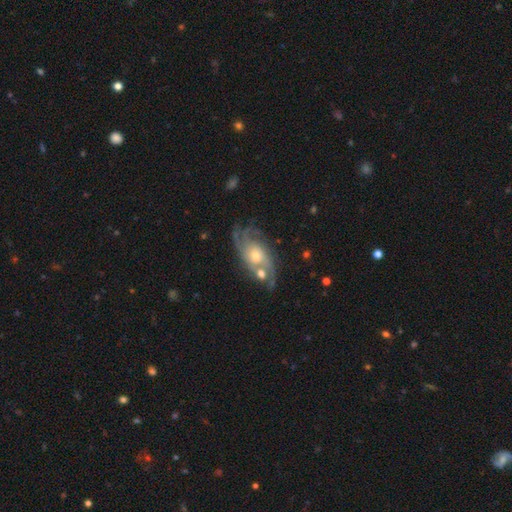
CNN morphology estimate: Smooth or featured? featured or disk (79%)
Edge-on disk? no (94%)
Bar? no (75%)
Spiral arms? yes (92%)
Spiral winding? medium (41%)
Spiral arm count? can't tell (30%)
Bulge size? moderate (53%)
Merging? none (57%)